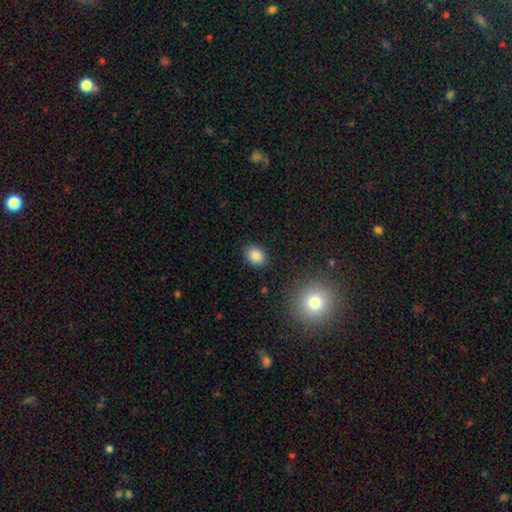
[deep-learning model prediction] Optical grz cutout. It shows a smooth galaxy with no disk features (86%) that is in between round and cigar-shaped (68%). Merging: none (86%).